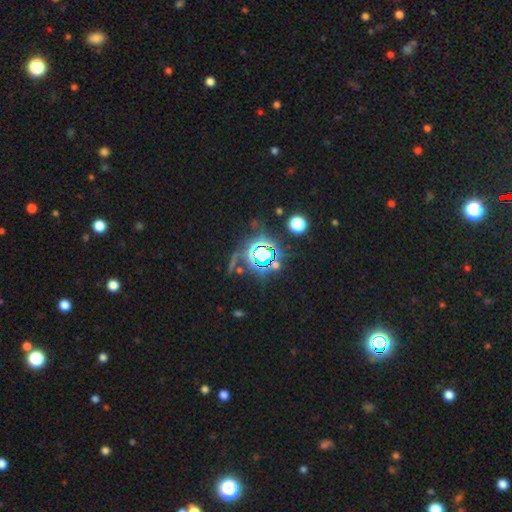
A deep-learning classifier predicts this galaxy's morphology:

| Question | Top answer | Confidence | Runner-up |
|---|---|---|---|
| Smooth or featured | star or artifact | 75% | smooth (15%) |